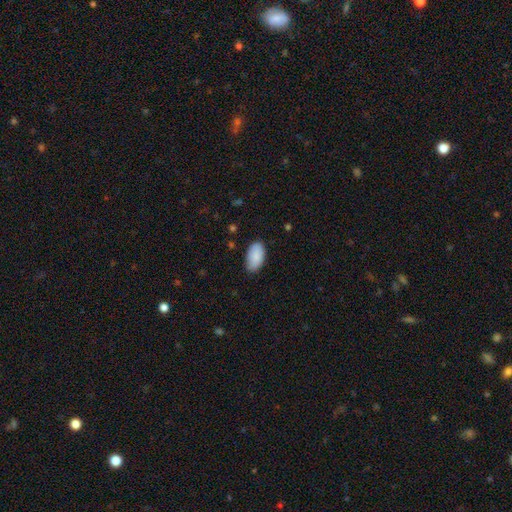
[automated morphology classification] smooth 87%, featured or disk 7%, star or artifact 6%. Down the decision tree: how rounded — in between (95%); merging — none (78%).